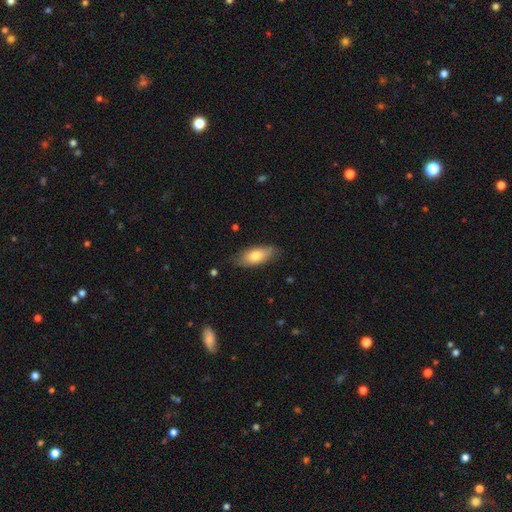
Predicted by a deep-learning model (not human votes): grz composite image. It shows a smooth galaxy with no disk features (76%) that is in between round and cigar-shaped (82%). Merging: none (81%).